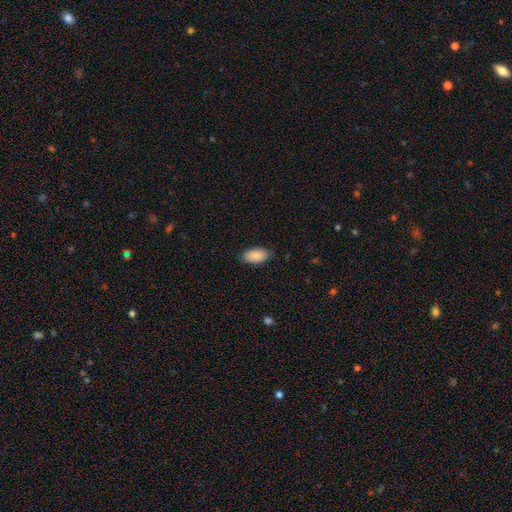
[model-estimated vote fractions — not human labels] Smooth or featured? smooth (90%)
How rounded? in between (94%)
Merging? none (84%)